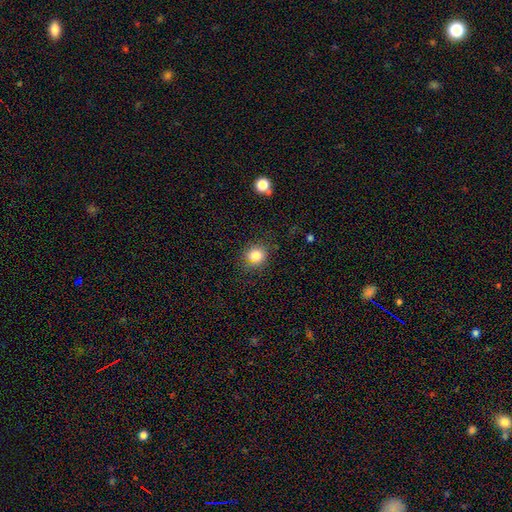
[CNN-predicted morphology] Smooth or featured?
  - smooth: 83% *
  - star or artifact: 11%
  - featured or disk: 6%
How rounded?
  - round: 73% *
  - in between: 26%
  - cigar-shaped: 1%
Merging?
  - none: 79% *
  - minor disturbance: 15%
  - major disturbance: 4%
  - merger: 2%